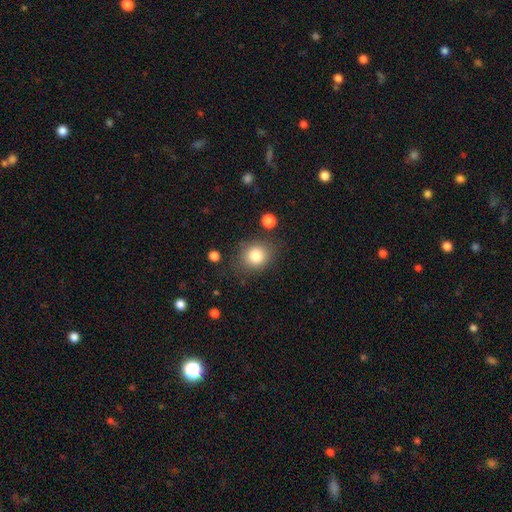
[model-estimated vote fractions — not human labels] Overall: smooth (81%). How rounded: round (72%). Merging: none (79%).